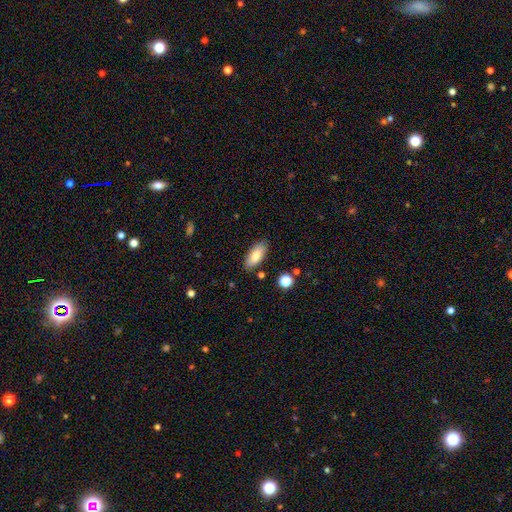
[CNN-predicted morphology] Smooth or featured?
  - smooth: 81% *
  - featured or disk: 12%
  - star or artifact: 7%
How rounded?
  - in between: 85% *
  - cigar-shaped: 13%
  - round: 2%
Merging?
  - none: 85% *
  - minor disturbance: 11%
  - major disturbance: 2%
  - merger: 2%